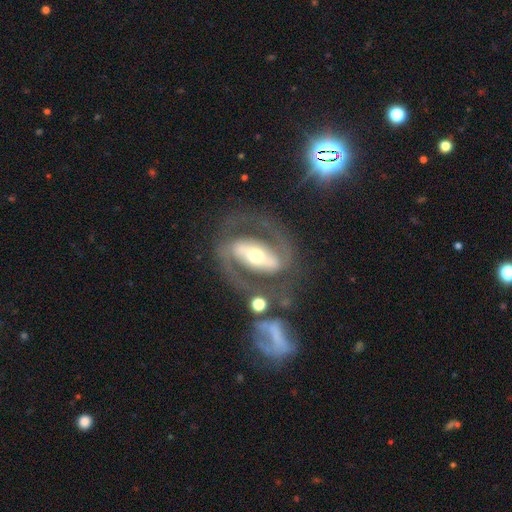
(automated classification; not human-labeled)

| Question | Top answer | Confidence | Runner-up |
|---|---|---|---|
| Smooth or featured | featured or disk | 88% | smooth (7%) |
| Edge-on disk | no | 96% | yes (4%) |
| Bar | strong | 70% | weak (18%) |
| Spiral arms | yes | 90% | no (10%) |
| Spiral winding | medium | 54% | tight (29%) |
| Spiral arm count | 2 | 91% | can't tell (3%) |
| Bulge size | moderate | 67% | small (20%) |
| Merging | none | 69% | minor disturbance (13%) |